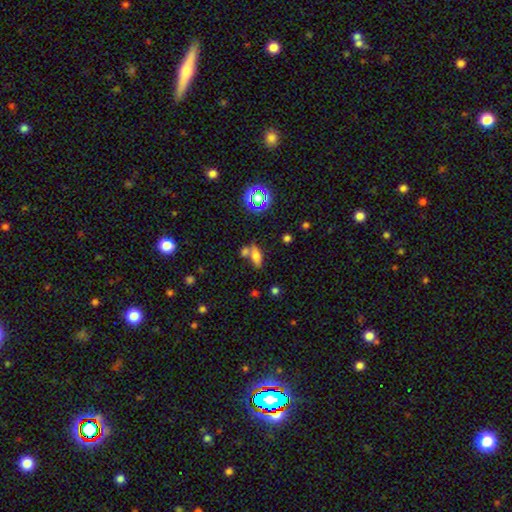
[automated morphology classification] The model was most divided on "merging": none: 46%, merger: 36%, minor disturbance: 12%, major disturbance: 5%. More confident: how rounded — in between (75%); smooth or featured — smooth (66%).